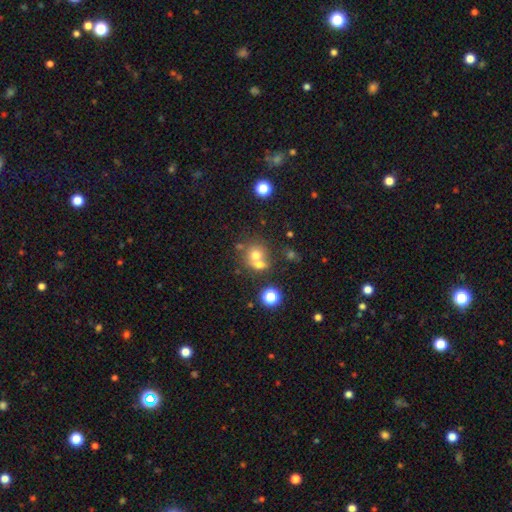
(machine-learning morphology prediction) Smooth or featured: smooth — 66% (featured or disk — 18%)
How rounded: round — 79% (in between — 20%)
Merging: merger — 49% (none — 39%)